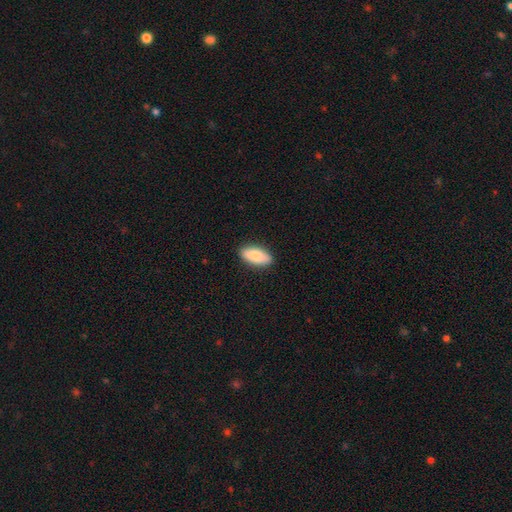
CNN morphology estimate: Overall: smooth (84%). How rounded: in between (88%). Merging: none (89%).